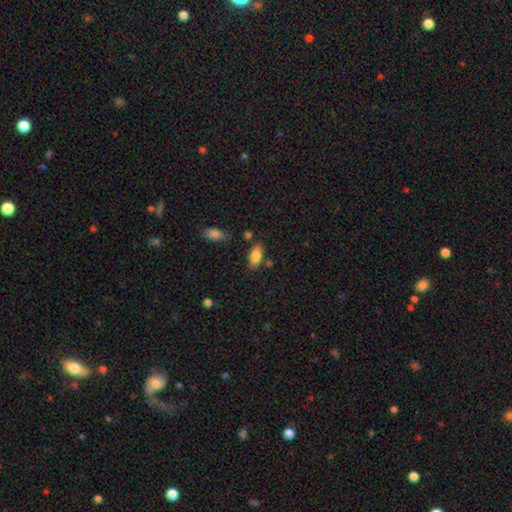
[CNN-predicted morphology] Smooth or featured? smooth (84%)
How rounded? in between (90%)
Merging? none (74%)